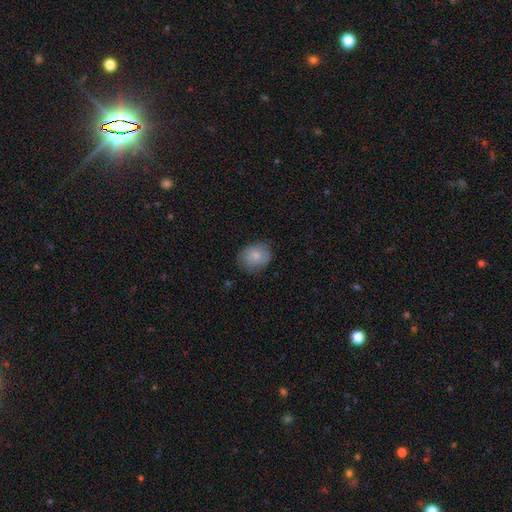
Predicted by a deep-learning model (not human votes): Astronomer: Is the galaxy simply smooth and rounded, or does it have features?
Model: smooth — 75%.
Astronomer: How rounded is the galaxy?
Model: round — 62%.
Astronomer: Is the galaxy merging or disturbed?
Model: none — 67%.